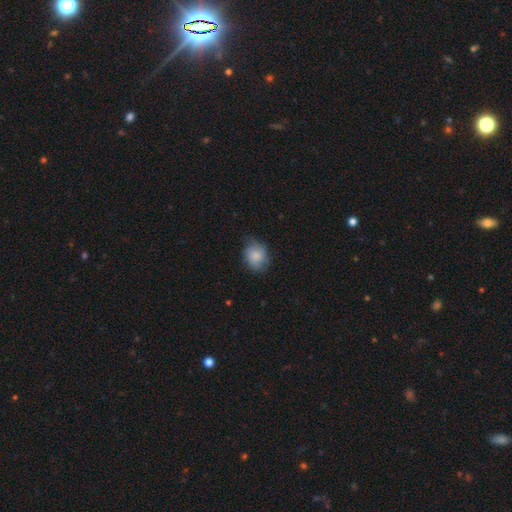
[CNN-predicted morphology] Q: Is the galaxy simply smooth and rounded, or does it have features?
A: smooth — 80%.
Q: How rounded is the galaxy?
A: round — 50%.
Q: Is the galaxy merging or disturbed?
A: none — 64%.